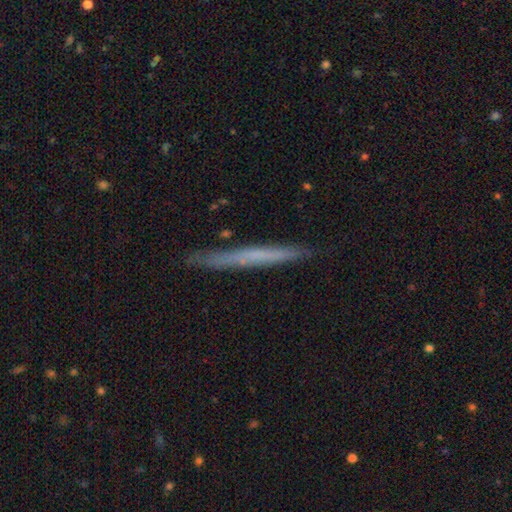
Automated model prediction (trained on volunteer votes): smooth-or-featured: smooth: 49% | featured or disk: 45% | star or artifact: 6%
  merging: none: 89% | minor disturbance: 8% | major disturbance: 1% | merger: 1%